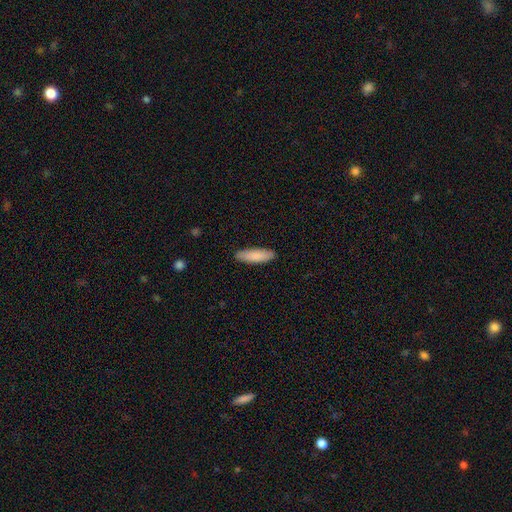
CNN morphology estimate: The model was most divided on "how rounded": cigar-shaped: 57%, in between: 41%, round: 1%. More confident: merging — none (88%); smooth or featured — smooth (86%).